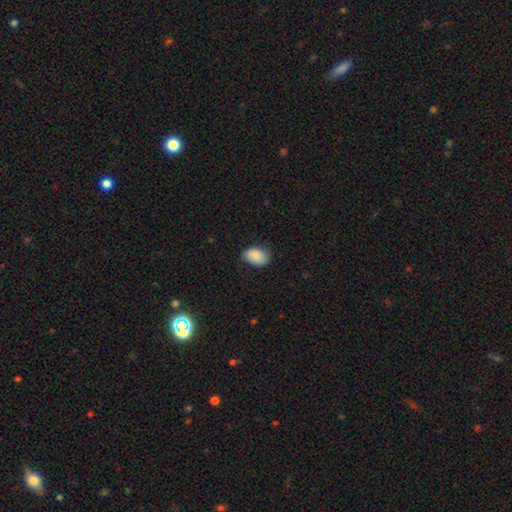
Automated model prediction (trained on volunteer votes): This is clearly a smooth galaxy (85%). How rounded: clearly in between (86%). Merging: likely none (73%).